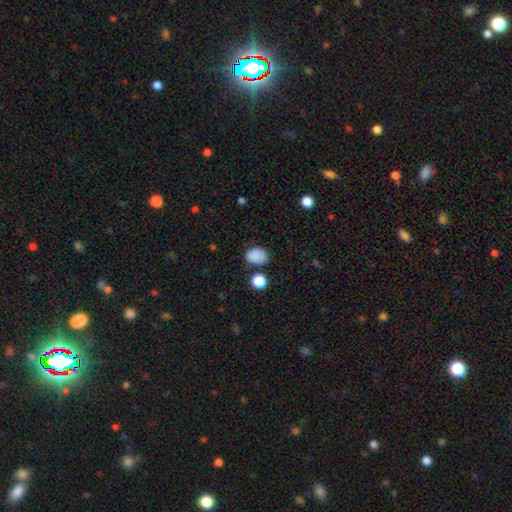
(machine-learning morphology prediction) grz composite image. It shows a smooth galaxy with no disk features (85%) that is in between round and cigar-shaped (64%). Merging: none (74%).